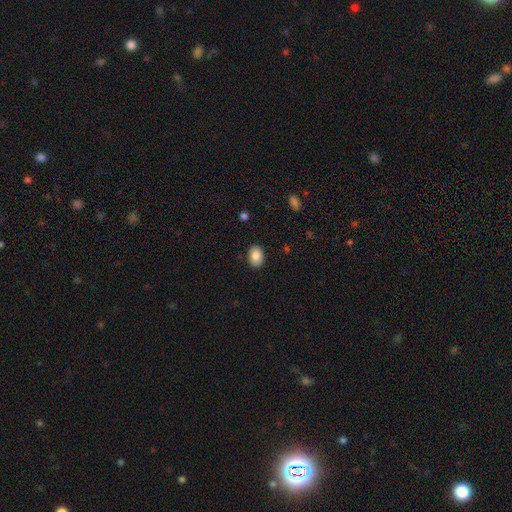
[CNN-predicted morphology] smooth-or-featured: smooth: 87% | star or artifact: 8% | featured or disk: 6%
  how-rounded: in between: 75% | round: 25% | cigar-shaped: 1%
  merging: none: 89% | minor disturbance: 8% | major disturbance: 2% | merger: 1%